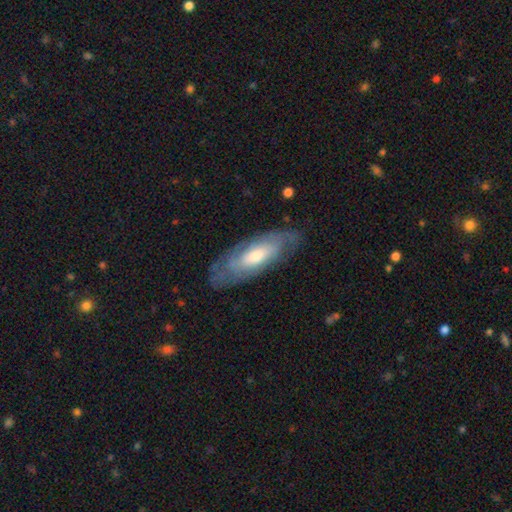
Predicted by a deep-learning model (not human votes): Q: Smooth or featured?
A: featured or disk (58%); runner-up: smooth (36%)
Q: Edge-on disk?
A: no (78%); runner-up: yes (22%)
Q: Merging?
A: none (77%); runner-up: minor disturbance (17%)